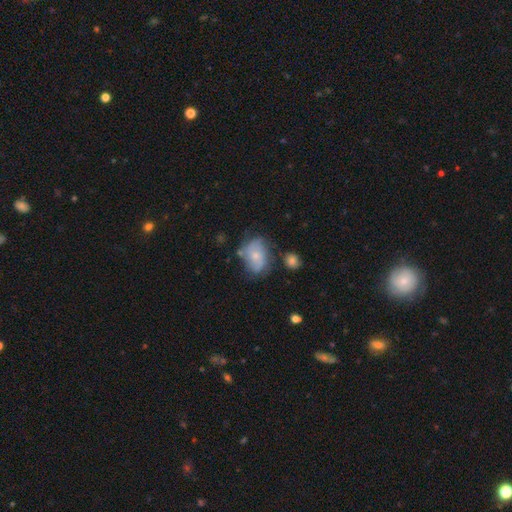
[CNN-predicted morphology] Smooth or featured? smooth (54%)
How rounded? in between (72%)
Merging? none (50%)